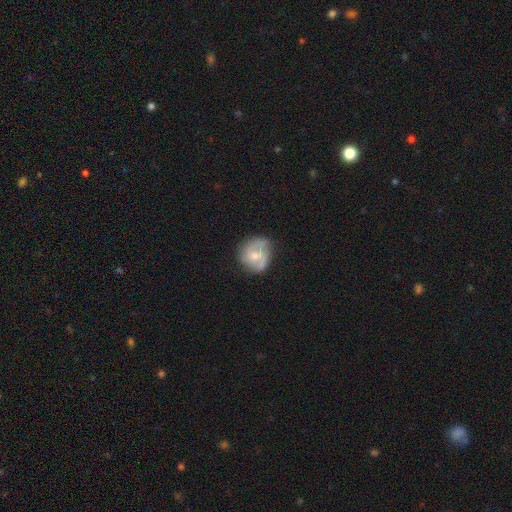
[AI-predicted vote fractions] smooth-or-featured: featured or disk: 56% | smooth: 37% | star or artifact: 6%
  disk-edge-on: no: 97% | yes: 3%
    bar: no: 64% | weak: 31% | strong: 5%
    has-spiral-arms: yes: 78% | no: 22%
    bulge-size: moderate: 55% | small: 38% | none: 3% | large: 3% | dominant: 1%
  merging: none: 58% | minor disturbance: 29% | major disturbance: 11% | merger: 3%